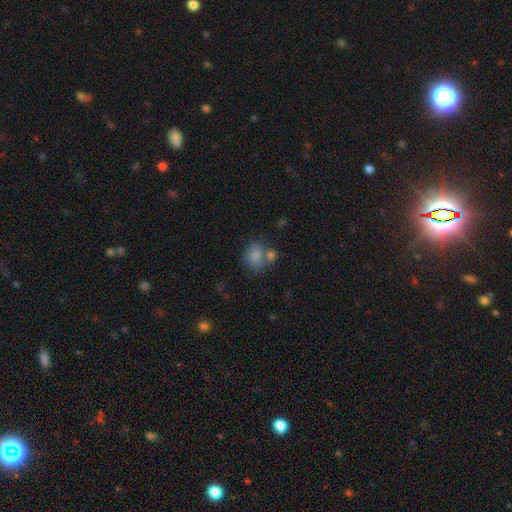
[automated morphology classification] type=smooth (79%); roundness=round (64%); merging=none (46%).